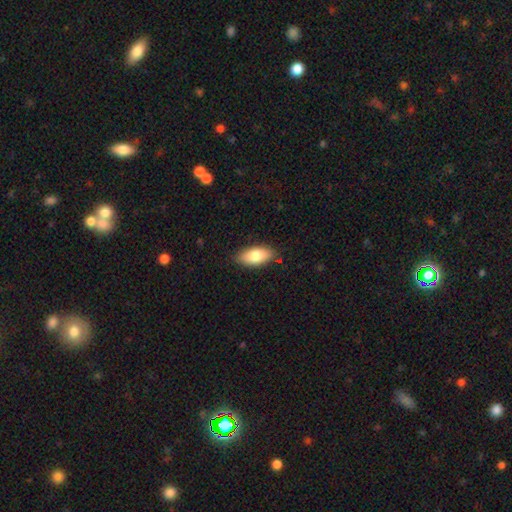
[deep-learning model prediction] Smooth or featured? smooth (80%)
How rounded? in between (89%)
Merging? none (84%)